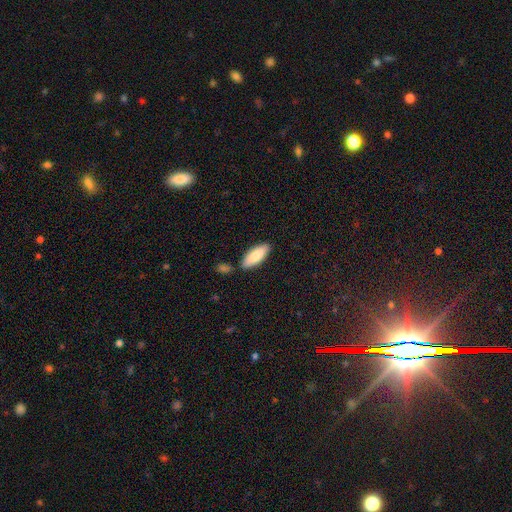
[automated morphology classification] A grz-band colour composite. It shows a smooth galaxy with no disk features (82%) that is in between round and cigar-shaped (72%). Merging: none (81%).